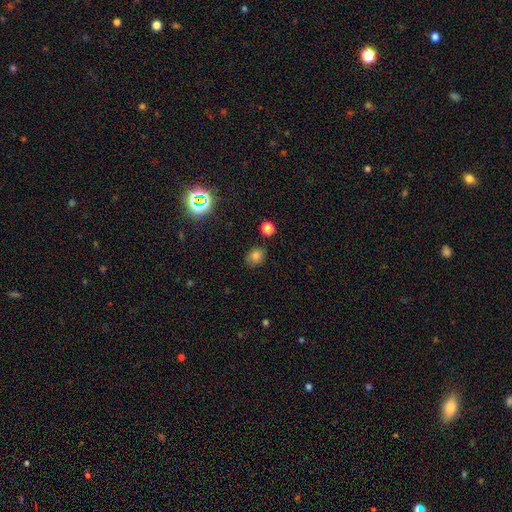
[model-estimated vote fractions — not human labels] Q: Smooth or featured?
A: smooth (76%); runner-up: star or artifact (16%)
Q: How rounded?
A: round (59%); runner-up: in between (40%)
Q: Merging?
A: none (78%); runner-up: minor disturbance (15%)